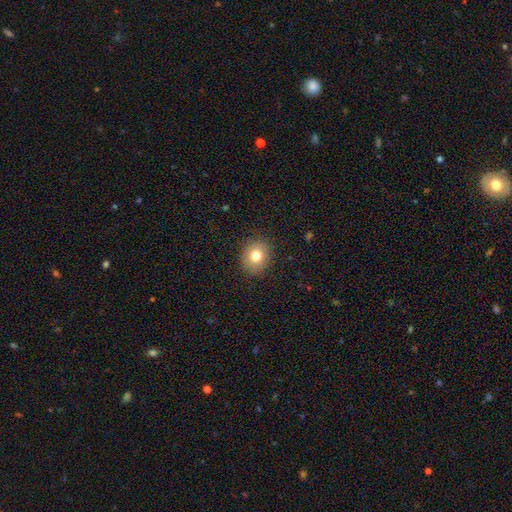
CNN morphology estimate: A smooth galaxy with no disk features (78%) that is round (61%).

Vote fractions:
- Smooth or featured? smooth: 78% / featured or disk: 11% / star or artifact: 11%
- How rounded? round: 61% / in between: 38% / cigar-shaped: 1%
- Merging? none: 88% / minor disturbance: 8% / major disturbance: 2% / merger: 1%